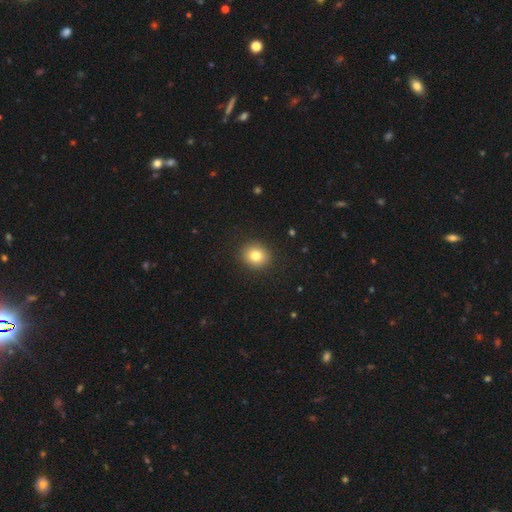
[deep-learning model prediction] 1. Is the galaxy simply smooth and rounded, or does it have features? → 80% smooth, 11% star or artifact, 9% featured or disk.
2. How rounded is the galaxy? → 79% round, 20% in between, 1% cigar-shaped.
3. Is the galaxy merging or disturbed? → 91% none, 6% minor disturbance, 2% major disturbance, 1% merger.